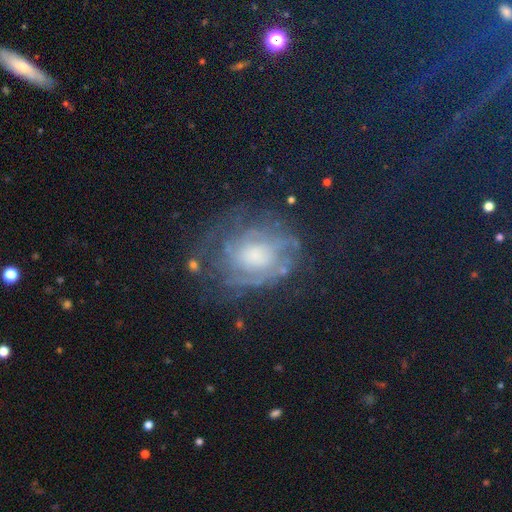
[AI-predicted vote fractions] Overall: featured or disk (66%). Edge-on disk: no (96%). Bar: no (75%). Spiral arms: yes (76%). Bulge size: moderate (40%; large 25%). Merging: none (62%).